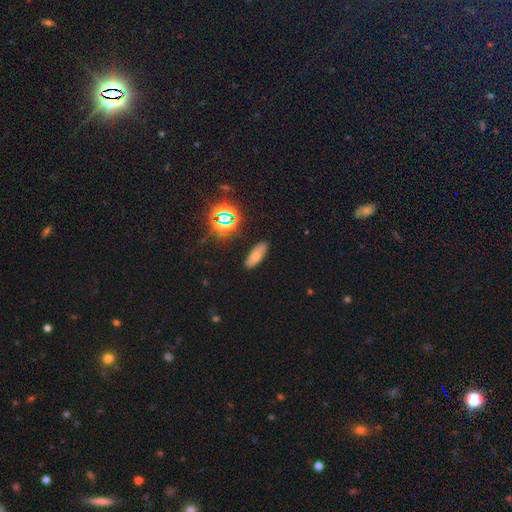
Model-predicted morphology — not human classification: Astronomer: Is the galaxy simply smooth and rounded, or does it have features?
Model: smooth — 60%.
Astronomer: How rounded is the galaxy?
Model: in between — 71%.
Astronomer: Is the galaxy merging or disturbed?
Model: none — 86%.